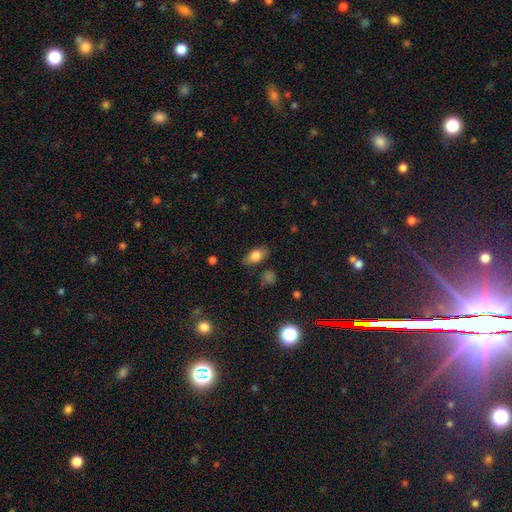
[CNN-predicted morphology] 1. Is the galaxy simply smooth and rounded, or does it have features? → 80% smooth, 11% featured or disk, 9% star or artifact.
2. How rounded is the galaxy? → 86% in between, 9% round, 5% cigar-shaped.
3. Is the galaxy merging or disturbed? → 79% none, 15% minor disturbance, 4% major disturbance, 2% merger.